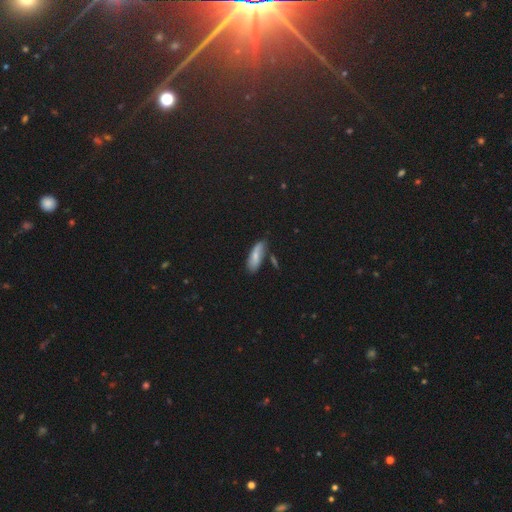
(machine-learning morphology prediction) smooth_or_featured: smooth (p=0.70) [alt: featured or disk p=0.21]
how_rounded: in between (p=0.67) [alt: cigar-shaped p=0.30]
merging: none (p=0.65) [alt: minor disturbance p=0.23]